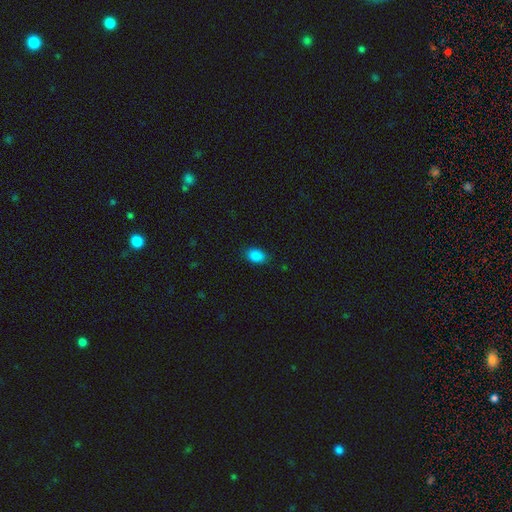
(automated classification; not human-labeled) Morphology: type=smooth (87%); roundness=in between (82%); merging=none (84%).